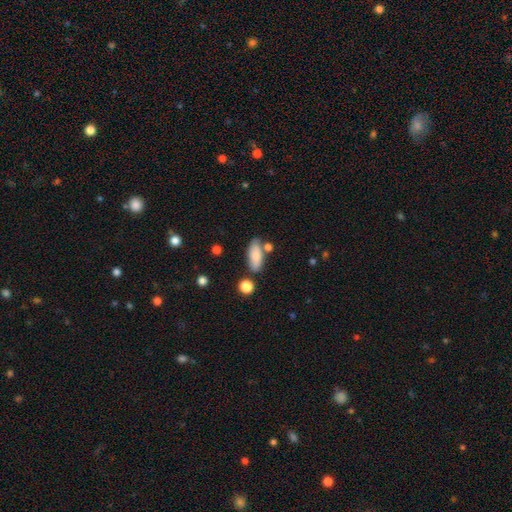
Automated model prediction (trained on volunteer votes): This appears to be a smooth galaxy with no disk features (81%) that is in between round and cigar-shaped (79%). Merging: none (70%).